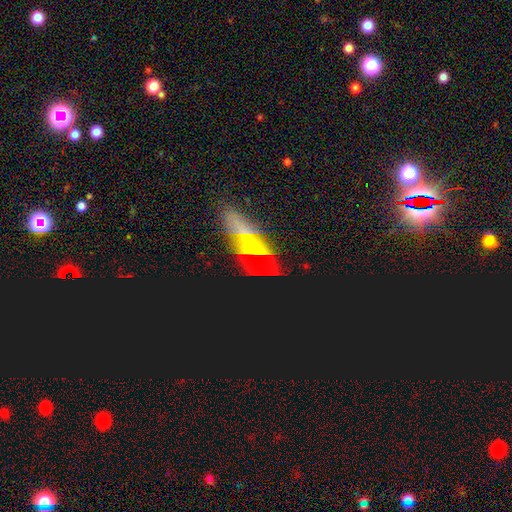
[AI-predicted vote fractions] This appears to be a featured or disk galaxy (43%). Merging: none (43%).